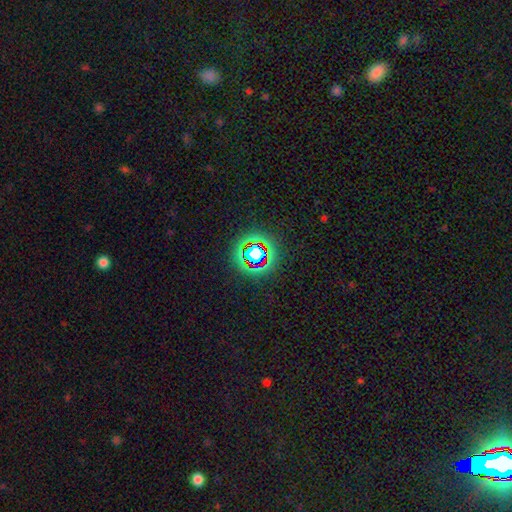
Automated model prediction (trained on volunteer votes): smooth_or_featured: star or artifact (p=0.68) [alt: smooth p=0.20]